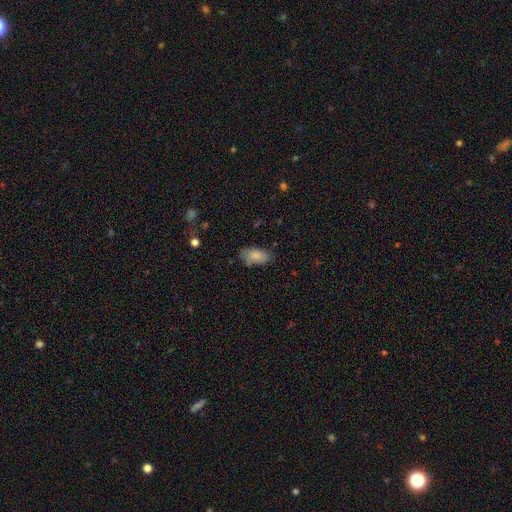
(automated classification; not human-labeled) Morphology: type=smooth (83%); roundness=in between (92%); merging=none (71%).